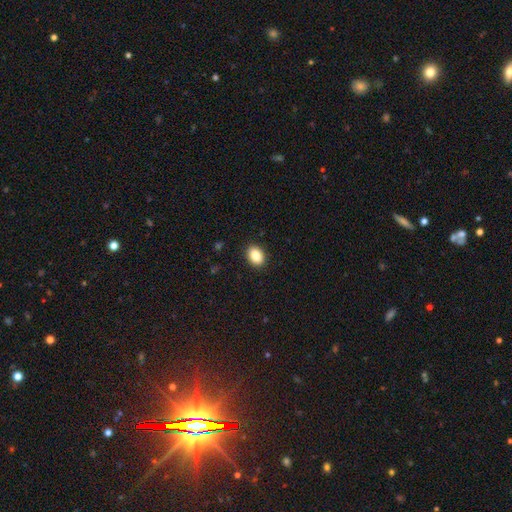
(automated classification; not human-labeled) This is clearly a smooth galaxy (87%). How rounded: likely in between (76%). Merging: clearly none (90%).